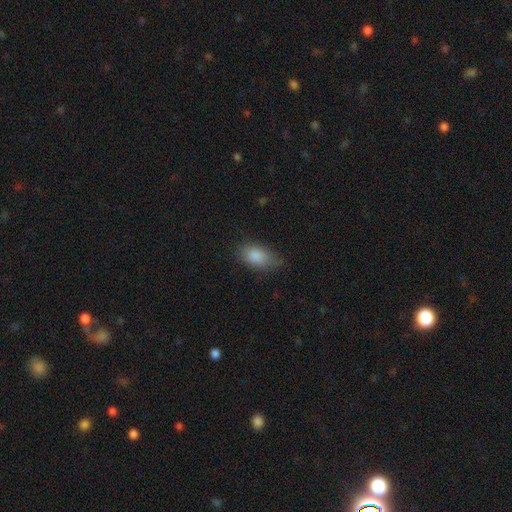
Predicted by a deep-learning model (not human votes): Morphology: type=smooth (84%); roundness=in between (88%); merging=none (65%).